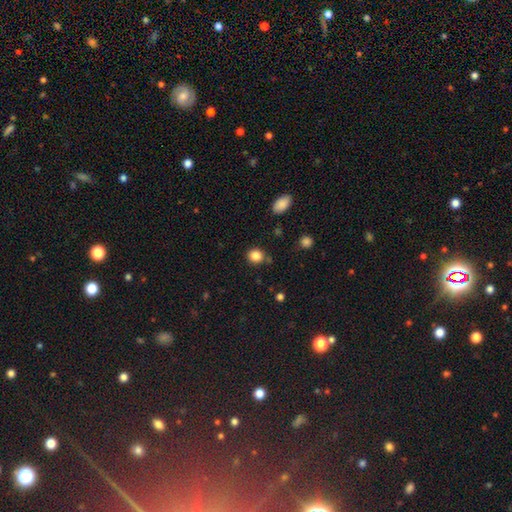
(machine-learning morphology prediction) Smooth or featured? Predicted: smooth (p=0.85). How rounded? Predicted: round (p=0.80). Merging? Predicted: none (p=0.81).